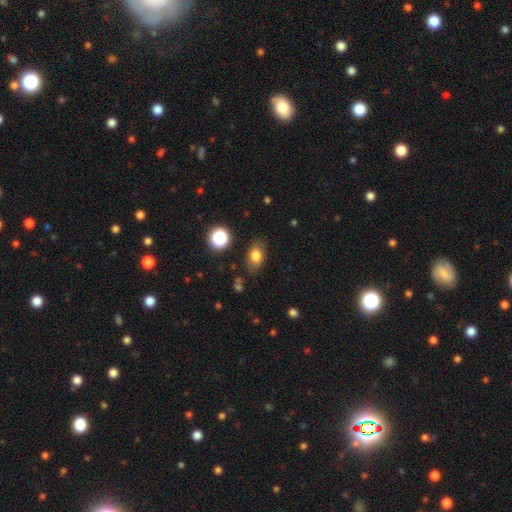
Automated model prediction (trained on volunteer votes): A smooth galaxy with no disk features (79%) that is in between round and cigar-shaped (79%).

Vote fractions:
- Smooth or featured? smooth: 79% / star or artifact: 11% / featured or disk: 10%
- How rounded? in between: 79% / round: 19% / cigar-shaped: 2%
- Merging? none: 80% / minor disturbance: 14% / major disturbance: 4% / merger: 2%